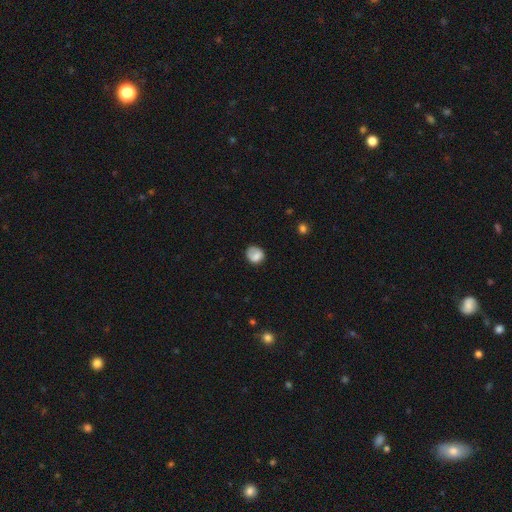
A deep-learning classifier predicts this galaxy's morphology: Smooth or featured? Predicted: smooth (p=0.78). How rounded? Predicted: round (p=0.70). Merging? Predicted: none (p=0.61).